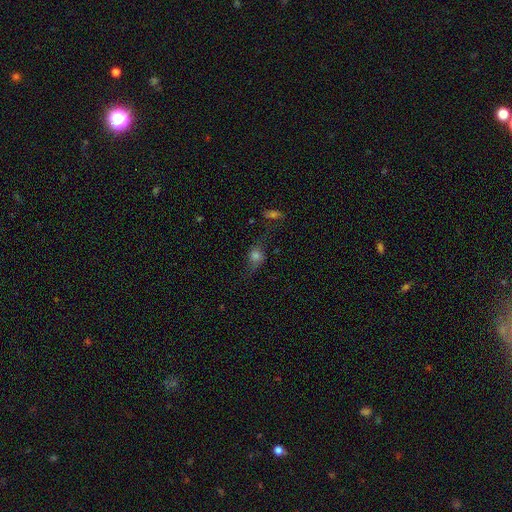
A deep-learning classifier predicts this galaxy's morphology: Smooth or featured? smooth (53%)
How rounded? round (51%)
Merging? none (52%)